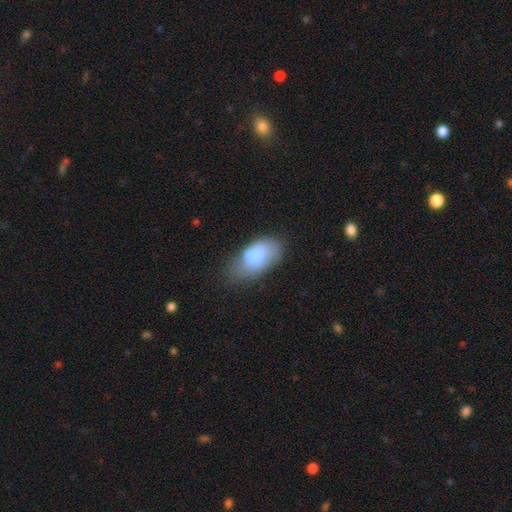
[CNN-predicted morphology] Smooth or featured? Predicted: smooth (p=0.74). How rounded? Predicted: in between (p=0.93). Merging? Predicted: none (p=0.39).